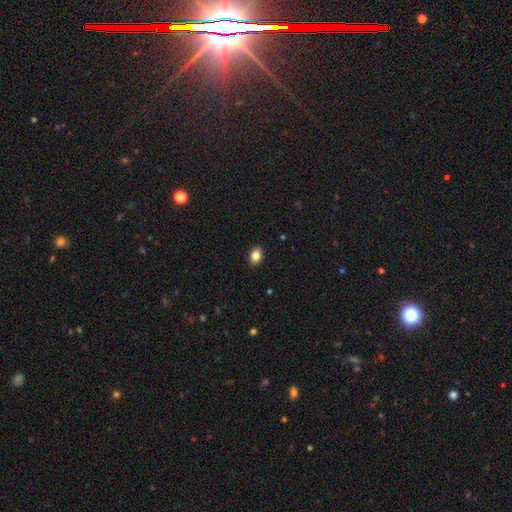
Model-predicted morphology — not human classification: The model was most divided on "how rounded": in between: 77%, round: 22%, cigar-shaped: 1%. More confident: merging — none (90%); smooth or featured — smooth (84%).